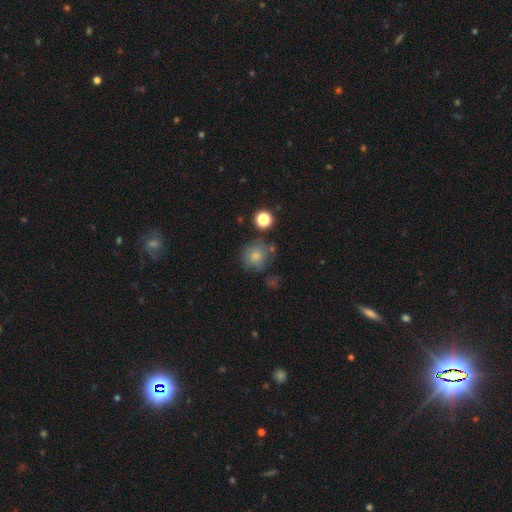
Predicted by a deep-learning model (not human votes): smooth 77%, featured or disk 12%, star or artifact 12%. Down the decision tree: how rounded — round (88%); merging — none (64%).